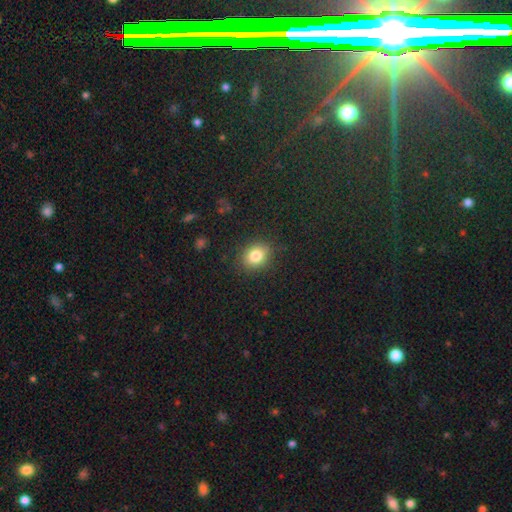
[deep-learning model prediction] Morphology: type=smooth (82%); roundness=round (56%); merging=none (85%).